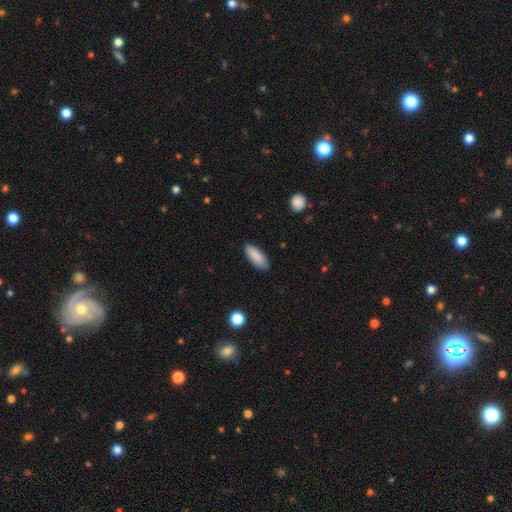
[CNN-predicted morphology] The model was most divided on "how rounded": in between: 75%, cigar-shaped: 24%, round: 2%. More confident: smooth or featured — smooth (89%); merging — none (86%).